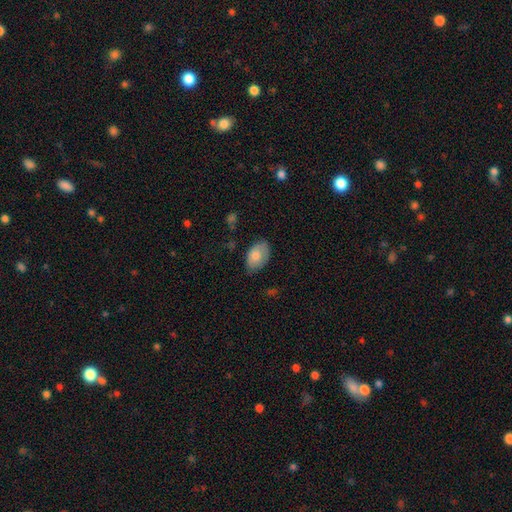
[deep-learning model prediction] This is likely a smooth galaxy (76%). How rounded: clearly in between (89%). Merging: likely none (71%).